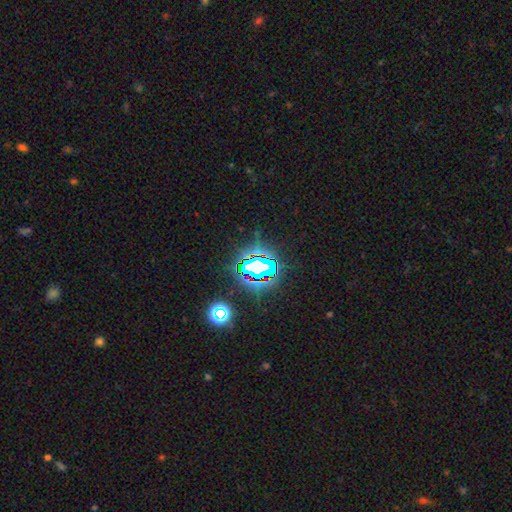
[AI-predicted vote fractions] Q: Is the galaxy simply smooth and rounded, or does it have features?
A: star or artifact — 82%.